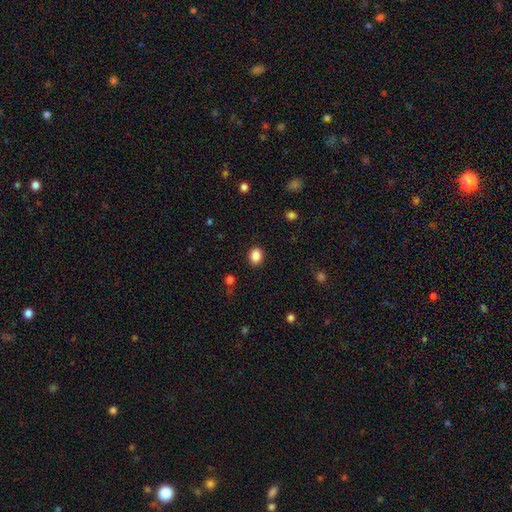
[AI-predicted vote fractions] Smooth or featured?
  - smooth: 88% *
  - star or artifact: 9%
  - featured or disk: 3%
How rounded?
  - in between: 55% *
  - round: 44%
  - cigar-shaped: 1%
Merging?
  - none: 88% *
  - minor disturbance: 8%
  - major disturbance: 3%
  - merger: 1%